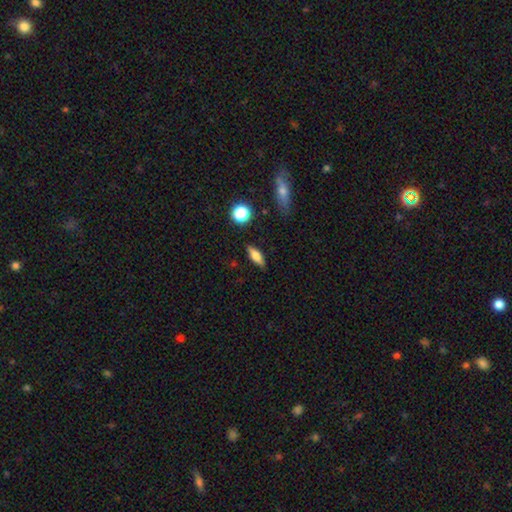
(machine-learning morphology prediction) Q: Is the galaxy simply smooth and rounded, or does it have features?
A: smooth — 60%.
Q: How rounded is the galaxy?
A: in between — 56%.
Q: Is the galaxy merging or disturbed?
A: none — 86%.